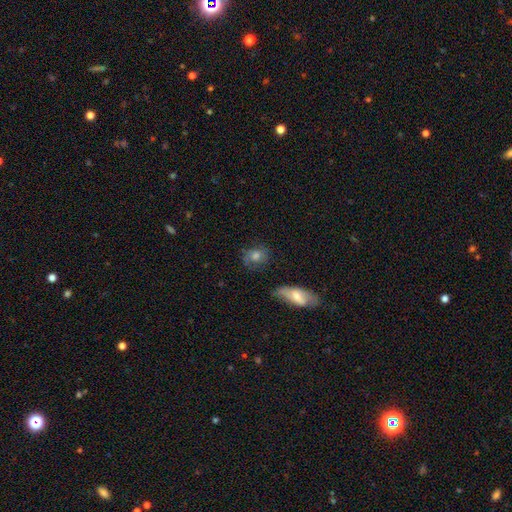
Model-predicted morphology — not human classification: smooth_or_featured: smooth (p=0.60) [alt: featured or disk p=0.28]
how_rounded: round (p=0.56) [alt: in between p=0.41]
merging: none (p=0.66) [alt: minor disturbance p=0.22]